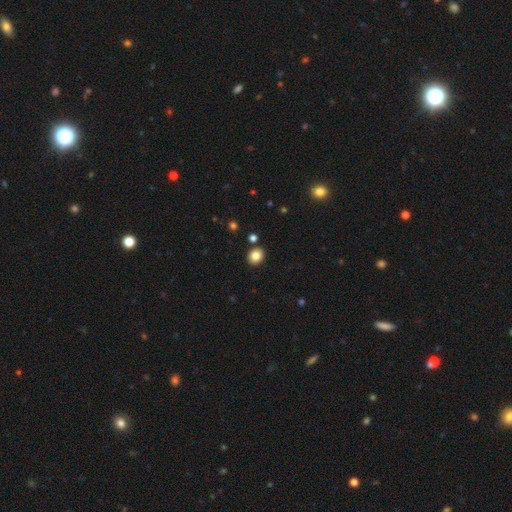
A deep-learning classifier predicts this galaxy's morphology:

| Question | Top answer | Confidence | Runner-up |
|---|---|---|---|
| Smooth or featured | smooth | 84% | star or artifact (10%) |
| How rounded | round | 62% | in between (37%) |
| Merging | none | 88% | minor disturbance (6%) |